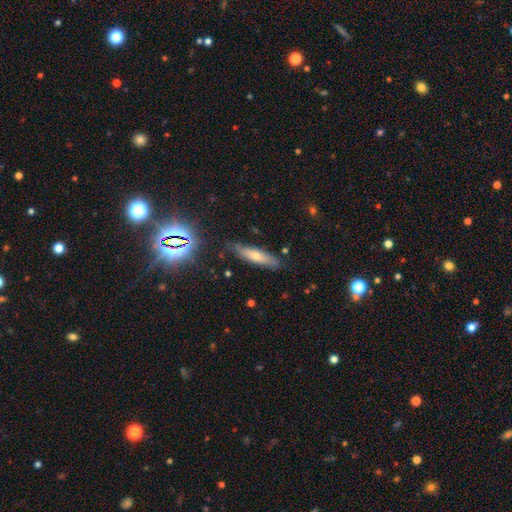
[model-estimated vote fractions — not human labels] Smooth or featured: smooth — 56% (featured or disk — 33%)
How rounded: cigar-shaped — 75% (in between — 23%)
Merging: none — 80% (minor disturbance — 15%)